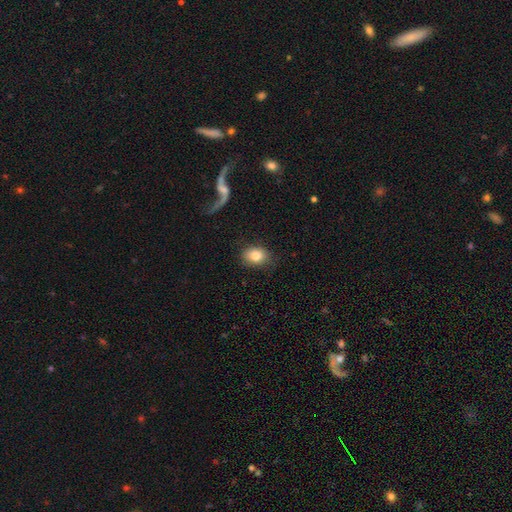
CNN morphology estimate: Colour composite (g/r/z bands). It shows a smooth galaxy with no disk features (81%) that is in between round and cigar-shaped (64%). Merging: none (83%).